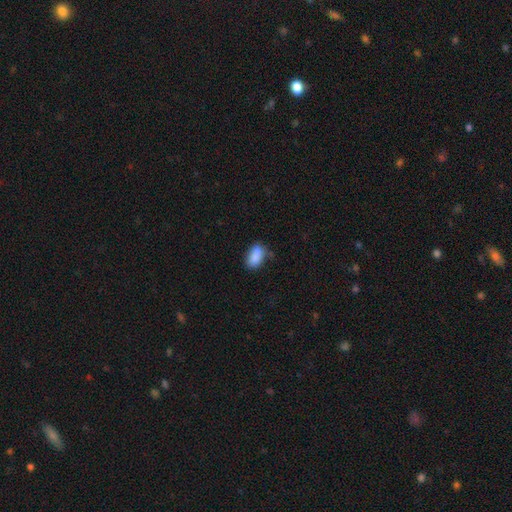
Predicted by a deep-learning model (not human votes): Morphology: type=smooth (82%); roundness=in between (87%); merging=none (51%).